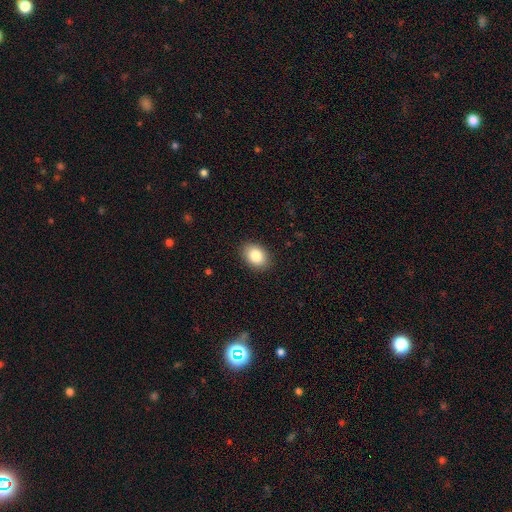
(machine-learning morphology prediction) smooth_or_featured: smooth (p=0.85) [alt: star or artifact p=0.08]
how_rounded: in between (p=0.75) [alt: round p=0.24]
merging: none (p=0.89) [alt: minor disturbance p=0.08]